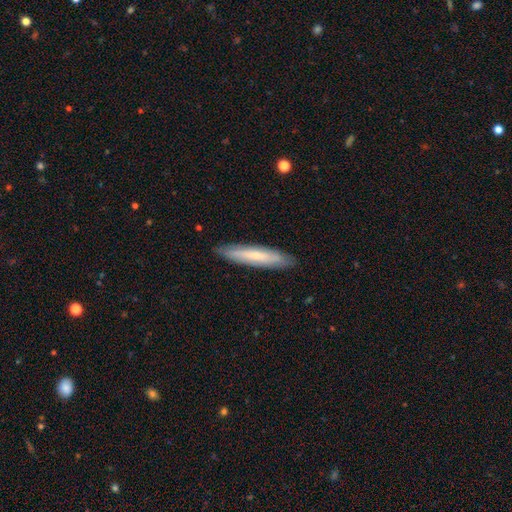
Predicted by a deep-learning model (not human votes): smooth-or-featured: smooth: 60% | featured or disk: 34% | star or artifact: 6%
  how-rounded: cigar-shaped: 90% | in between: 9% | round: 1%
  merging: none: 88% | minor disturbance: 9% | major disturbance: 2% | merger: 1%